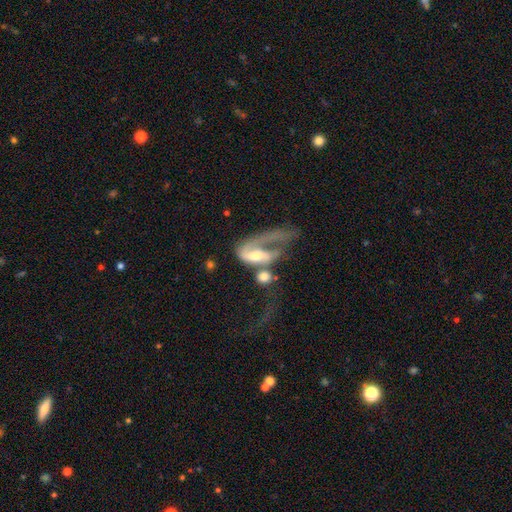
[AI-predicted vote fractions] Smooth or featured: featured or disk — 65% (smooth — 28%)
Edge-on disk: no — 94% (yes — 6%)
Bar: no — 45% (weak — 35%)
Spiral arms: yes — 76% (no — 24%)
Bulge size: moderate — 54% (large — 19%)
Merging: merger — 42% (major disturbance — 39%)